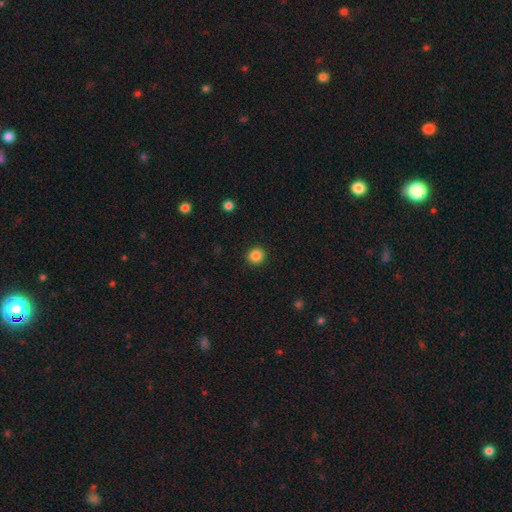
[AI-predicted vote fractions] smooth_or_featured: smooth (p=0.86) [alt: star or artifact p=0.11]
how_rounded: round (p=0.93) [alt: in between p=0.06]
merging: none (p=0.92) [alt: minor disturbance p=0.05]